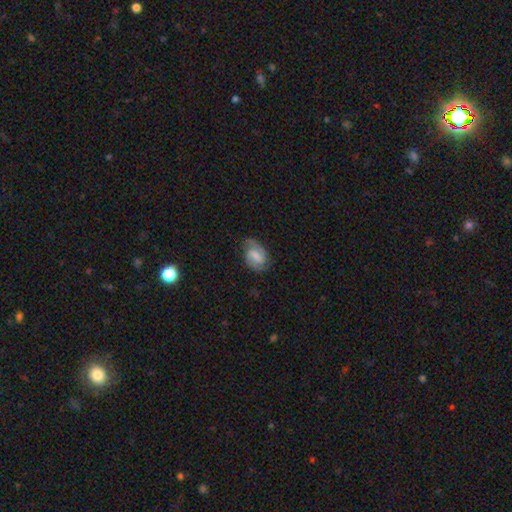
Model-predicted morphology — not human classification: smooth-or-featured: featured or disk: 76% | smooth: 18% | star or artifact: 6%
  disk-edge-on: no: 97% | yes: 3%
    bar: weak: 55% | strong: 26% | no: 20%
    has-spiral-arms: yes: 95% | no: 5%
      spiral-winding: medium: 51% | tight: 33% | loose: 16%
      spiral-arm-count: 2: 88% | can't tell: 6% | 1: 3% | 3: 2% | 4: 1% | more than 4: 1%
    bulge-size: small: 39% | moderate: 35% | none: 20% | large: 6% | dominant: 1%
  merging: none: 76% | minor disturbance: 17% | major disturbance: 5% | merger: 1%